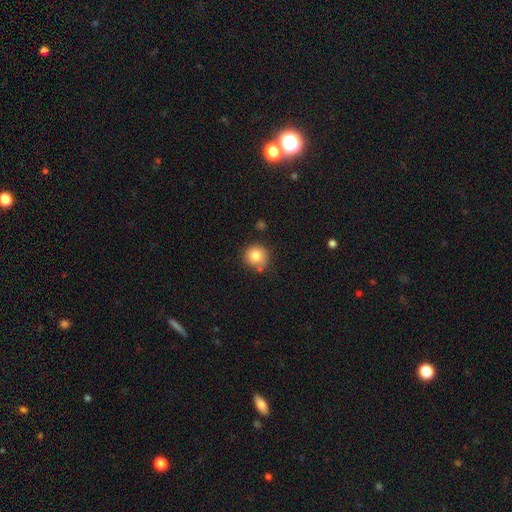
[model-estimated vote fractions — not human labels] Smooth or featured? Predicted: smooth (p=0.81). How rounded? Predicted: round (p=0.91). Merging? Predicted: none (p=0.74).